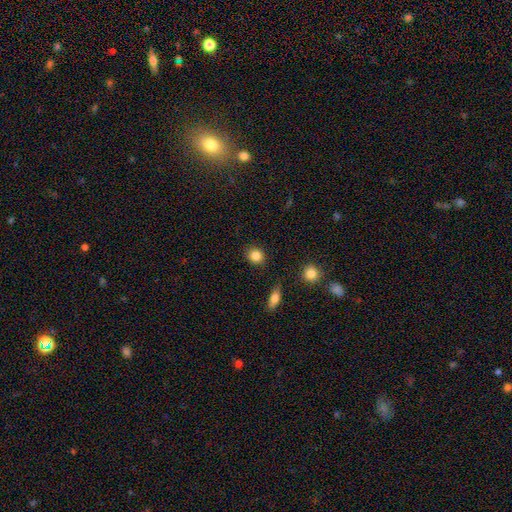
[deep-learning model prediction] The model was most divided on "how rounded": round: 82%, in between: 16%, cigar-shaped: 1%. More confident: merging — none (88%); smooth or featured — smooth (86%).